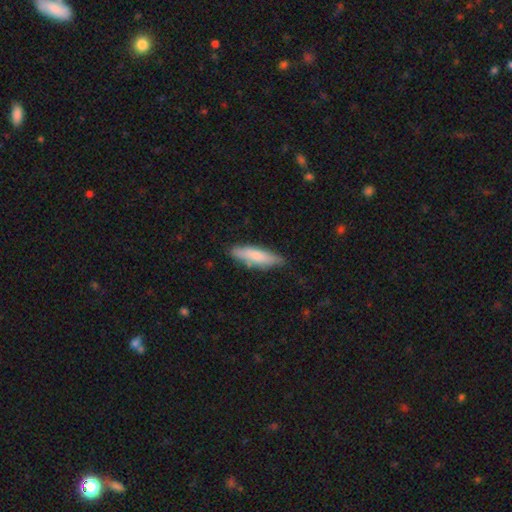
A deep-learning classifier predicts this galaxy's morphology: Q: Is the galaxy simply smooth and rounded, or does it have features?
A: smooth — 70%.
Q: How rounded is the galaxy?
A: cigar-shaped — 68%.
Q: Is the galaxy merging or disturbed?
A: none — 75%.